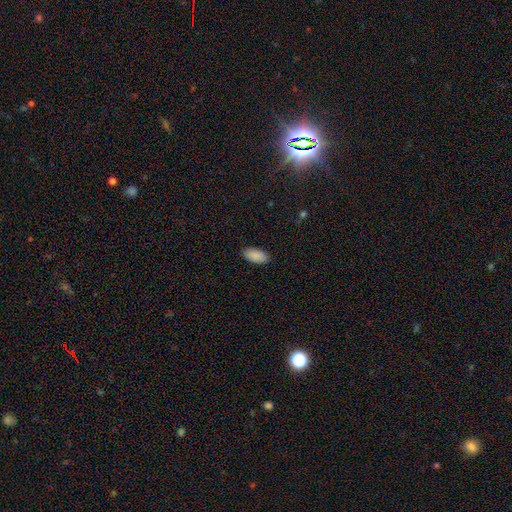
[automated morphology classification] Smooth or featured? Predicted: smooth (p=0.89). How rounded? Predicted: in between (p=0.93). Merging? Predicted: none (p=0.89).